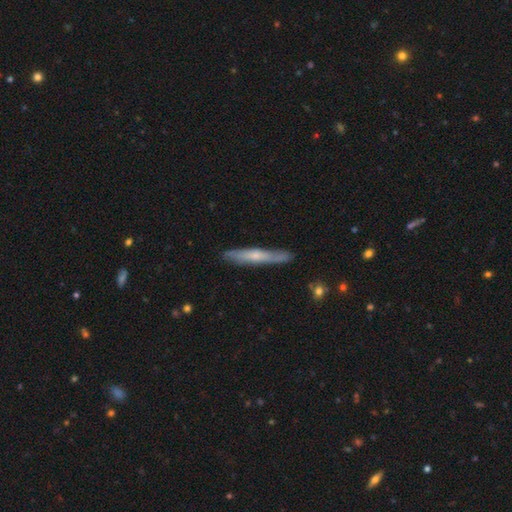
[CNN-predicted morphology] smooth_or_featured: featured or disk (p=0.49) [alt: smooth p=0.45]
merging: none (p=0.85) [alt: minor disturbance p=0.12]